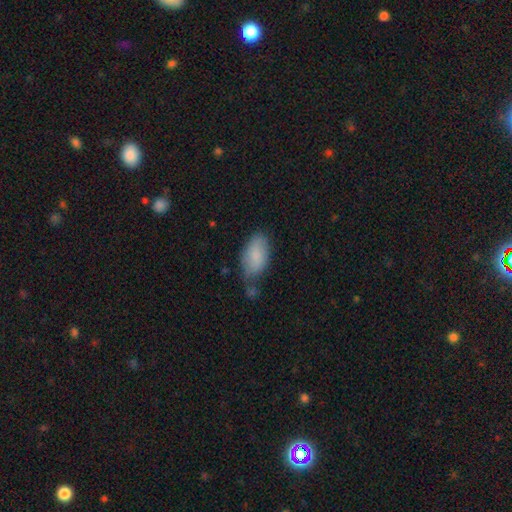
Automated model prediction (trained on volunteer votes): This is clearly a smooth galaxy (84%). How rounded: clearly in between (93%). Merging: possibly none (55%).